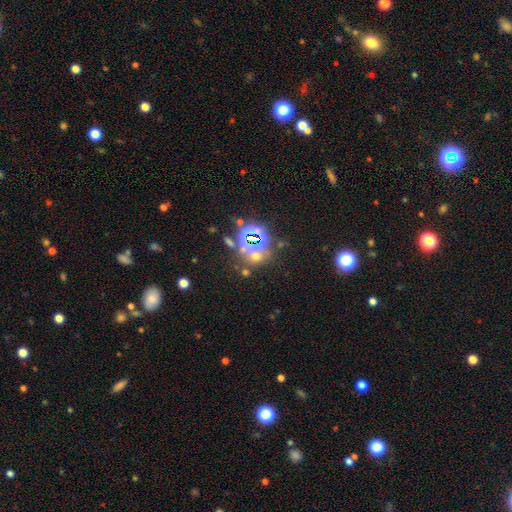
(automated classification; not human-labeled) This is possibly a star or artifact rather than a galaxy (54%).